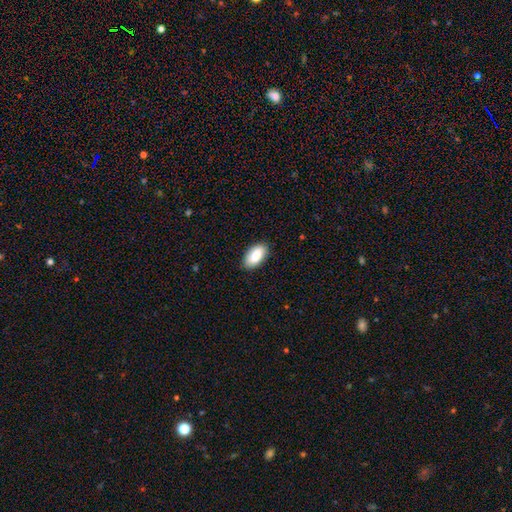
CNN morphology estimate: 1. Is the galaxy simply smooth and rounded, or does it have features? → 86% smooth, 7% featured or disk, 6% star or artifact.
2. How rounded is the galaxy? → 93% in between, 4% cigar-shaped, 3% round.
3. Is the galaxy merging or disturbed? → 86% none, 11% minor disturbance, 2% major disturbance, 1% merger.